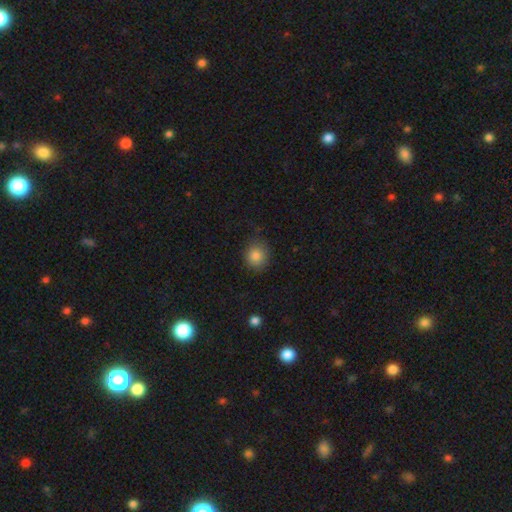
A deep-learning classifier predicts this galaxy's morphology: Smooth or featured: smooth — 85% (star or artifact — 10%)
How rounded: round — 81% (in between — 18%)
Merging: none — 82% (minor disturbance — 13%)